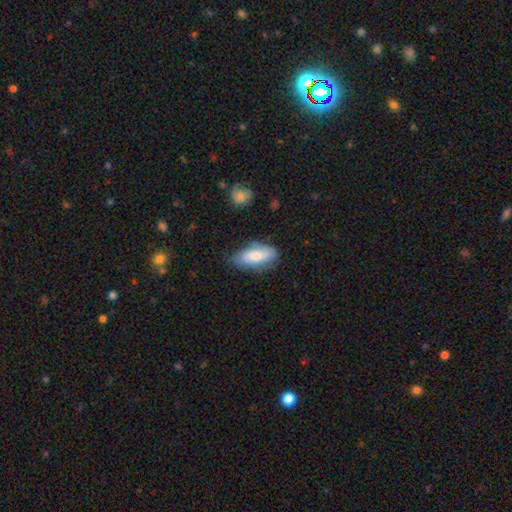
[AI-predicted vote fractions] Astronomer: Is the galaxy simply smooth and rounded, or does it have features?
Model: smooth — 75%.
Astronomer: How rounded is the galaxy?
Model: in between — 83%.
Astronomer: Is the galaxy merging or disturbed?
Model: none — 73%.